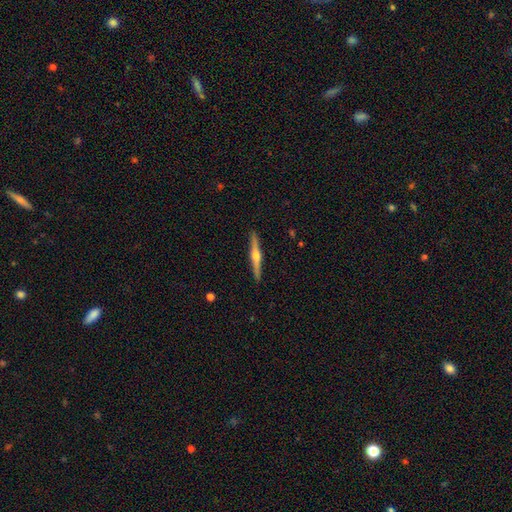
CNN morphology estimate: Overall: featured or disk (74%). Edge-on disk: yes (98%). Edge-on bulge: rounded (93%). Merging: none (92%).